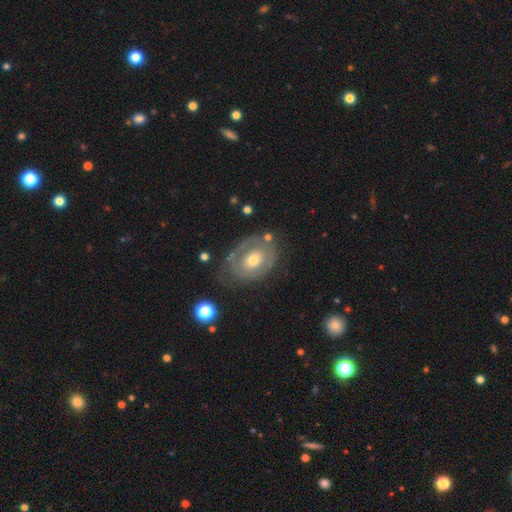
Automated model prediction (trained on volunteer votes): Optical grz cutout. It shows a featured or disk galaxy (47%). Merging: none (78%).